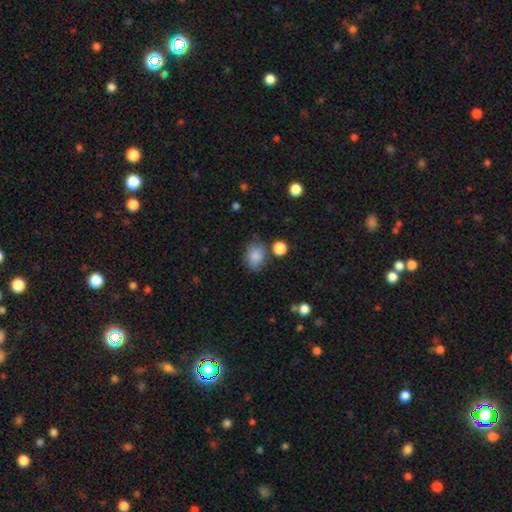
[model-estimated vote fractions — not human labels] smooth-or-featured: smooth: 85% | star or artifact: 8% | featured or disk: 6%
  how-rounded: in between: 59% | round: 40% | cigar-shaped: 1%
  merging: none: 70% | minor disturbance: 19% | merger: 7% | major disturbance: 5%